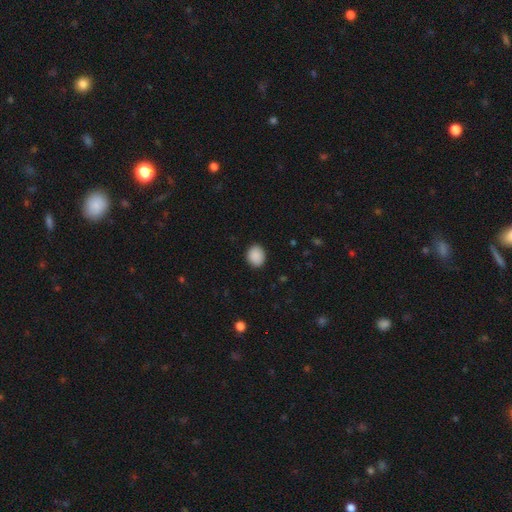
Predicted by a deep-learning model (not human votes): Smooth or featured? Predicted: smooth (p=0.90). How rounded? Predicted: round (p=0.60). Merging? Predicted: none (p=0.90).